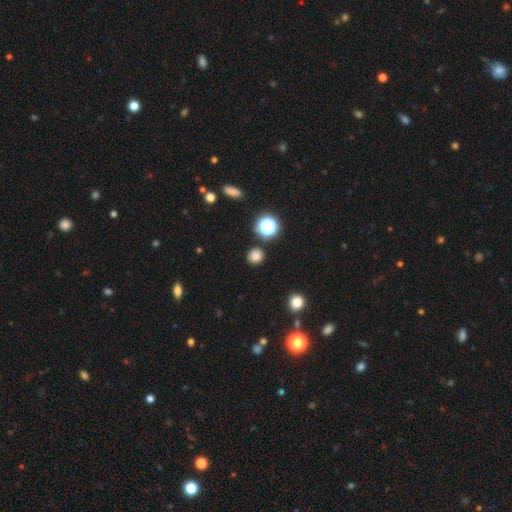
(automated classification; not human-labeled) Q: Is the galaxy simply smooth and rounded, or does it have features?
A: smooth — 78%.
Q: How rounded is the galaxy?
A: round — 87%.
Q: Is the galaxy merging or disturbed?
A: none — 87%.